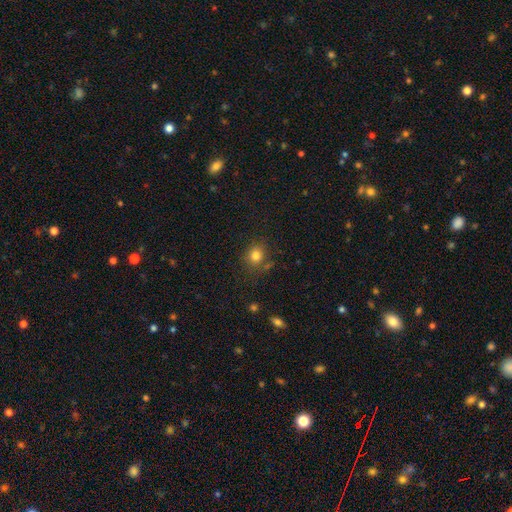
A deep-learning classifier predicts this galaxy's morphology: This is clearly a smooth galaxy (81%). How rounded: likely round (77%). Merging: likely none (75%).